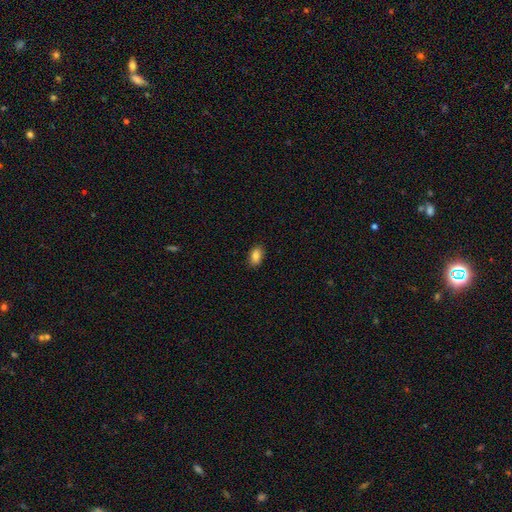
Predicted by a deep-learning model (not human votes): A smooth galaxy with no disk features (86%) that is in between round and cigar-shaped (90%). Merging: none (87%).